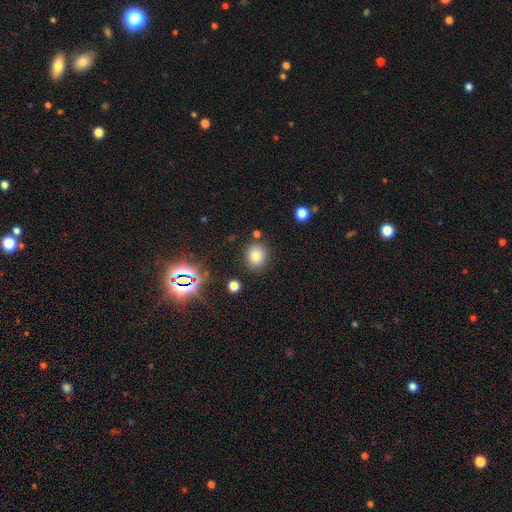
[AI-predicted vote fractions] Q: Smooth or featured?
A: smooth (77%); runner-up: star or artifact (15%)
Q: How rounded?
A: round (80%); runner-up: in between (19%)
Q: Merging?
A: none (83%); runner-up: minor disturbance (9%)